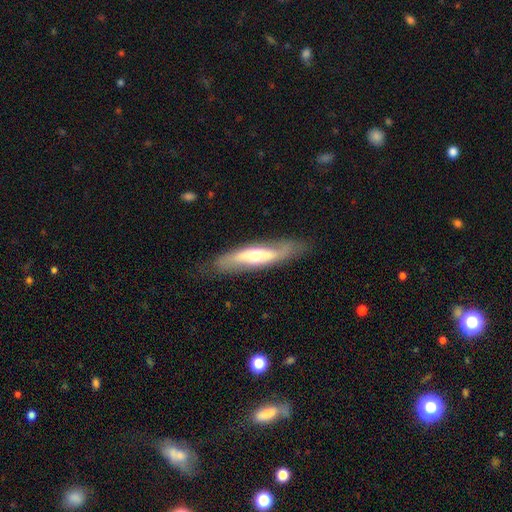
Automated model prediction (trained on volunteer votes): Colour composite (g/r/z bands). It shows a featured or disk galaxy (58%). Merging: none (76%).